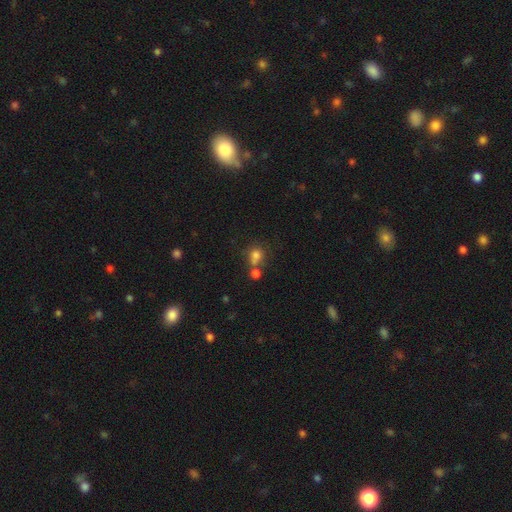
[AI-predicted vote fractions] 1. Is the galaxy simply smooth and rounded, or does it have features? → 77% smooth, 14% star or artifact, 9% featured or disk.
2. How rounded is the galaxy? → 67% round, 32% in between, 1% cigar-shaped.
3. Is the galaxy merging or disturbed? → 45% none, 36% merger, 13% minor disturbance, 6% major disturbance.